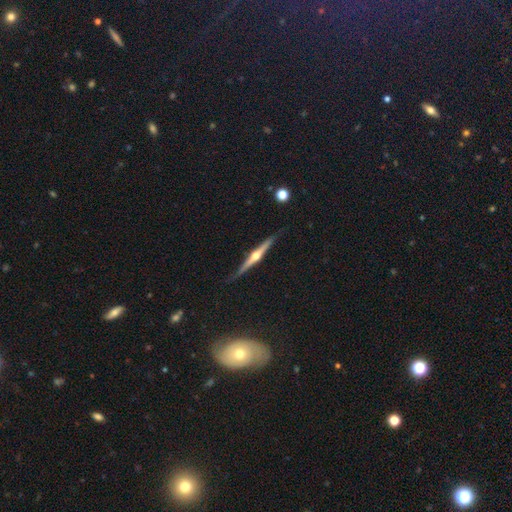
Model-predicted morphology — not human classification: smooth-or-featured: featured or disk: 82% | smooth: 13% | star or artifact: 5%
  disk-edge-on: yes: 98% | no: 2%
    edge-on-bulge: rounded: 94% | none: 3% | boxy: 3%
  merging: none: 86% | minor disturbance: 11% | major disturbance: 2% | merger: 1%